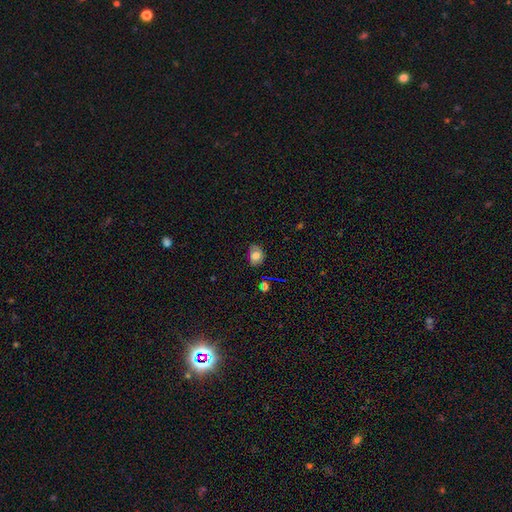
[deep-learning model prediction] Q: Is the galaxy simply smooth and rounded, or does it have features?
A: smooth — 70%.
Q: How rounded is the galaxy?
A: in between — 62%.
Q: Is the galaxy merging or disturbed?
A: none — 68%.